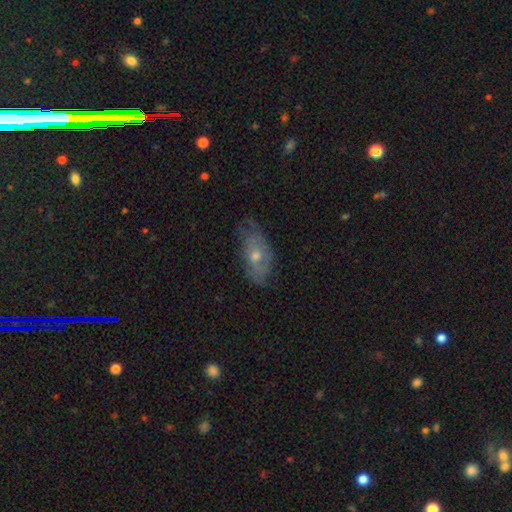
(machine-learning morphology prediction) featured or disk 53%, smooth 38%, star or artifact 8%. Down the decision tree: edge-on disk — no (84%); merging — none (61%).